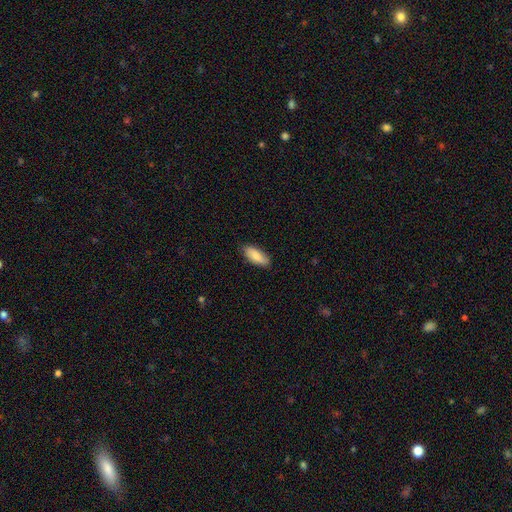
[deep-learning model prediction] Smooth or featured? smooth (83%)
How rounded? in between (84%)
Merging? none (83%)